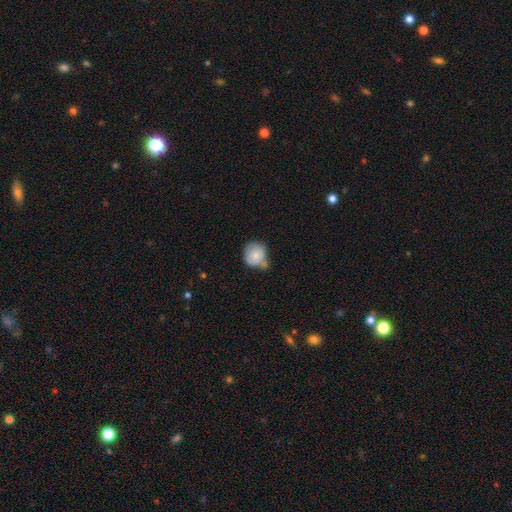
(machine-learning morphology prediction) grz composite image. It shows a smooth galaxy with no disk features (79%) that is round (81%). Merging: none (43%).